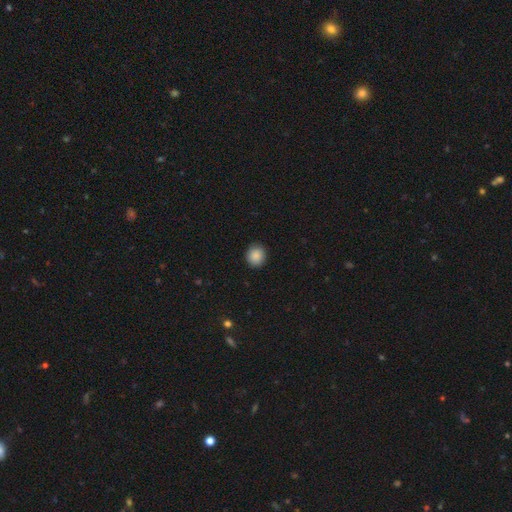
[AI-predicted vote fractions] smooth-or-featured: smooth: 88% | star or artifact: 9% | featured or disk: 3%
  how-rounded: round: 88% | in between: 11% | cigar-shaped: 1%
  merging: none: 91% | minor disturbance: 6% | major disturbance: 2% | merger: 1%